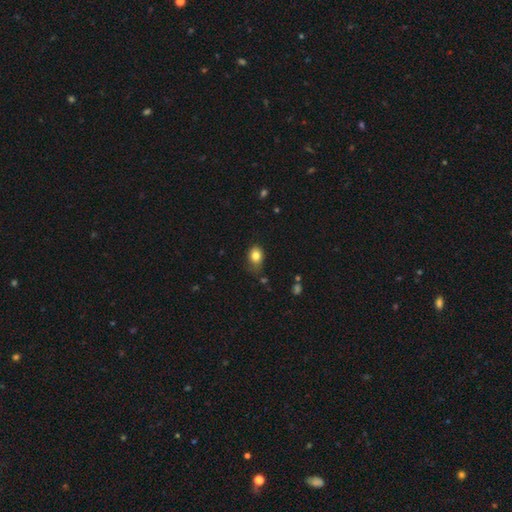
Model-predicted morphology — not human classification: Smooth or featured? Predicted: smooth (p=0.82). How rounded? Predicted: in between (p=0.64). Merging? Predicted: none (p=0.62).